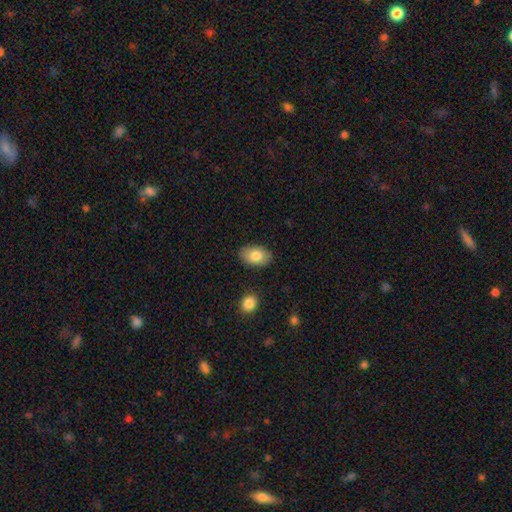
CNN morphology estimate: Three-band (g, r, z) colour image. It shows a smooth galaxy with no disk features (81%) that is in between round and cigar-shaped (90%). Merging: none (86%).